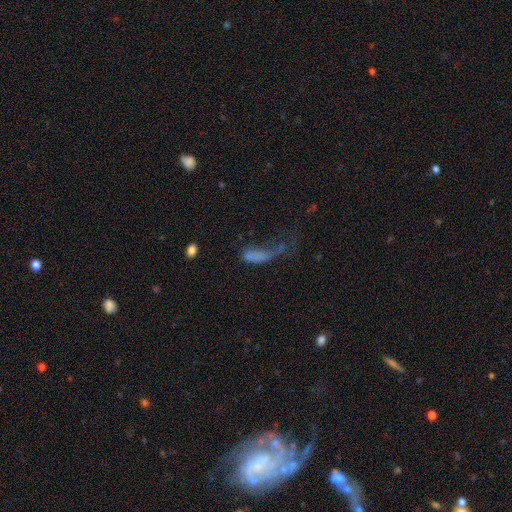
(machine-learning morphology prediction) This is possibly a smooth galaxy (59%). How rounded: likely in between (69%). Merging: likely major disturbance (61%).